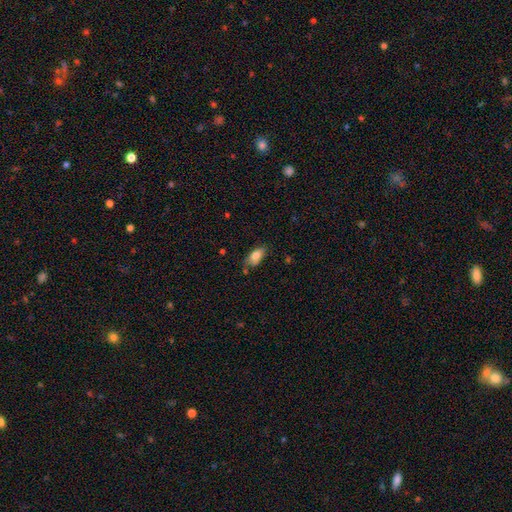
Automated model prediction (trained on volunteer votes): Smooth or featured? smooth (80%)
How rounded? in between (90%)
Merging? none (65%)